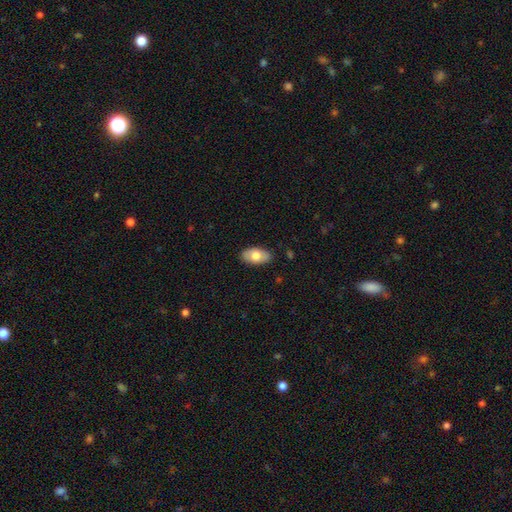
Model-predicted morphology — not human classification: smooth_or_featured: smooth (p=0.71) [alt: featured or disk p=0.23]
how_rounded: in between (p=0.94) [alt: round p=0.04]
merging: none (p=0.85) [alt: minor disturbance p=0.11]